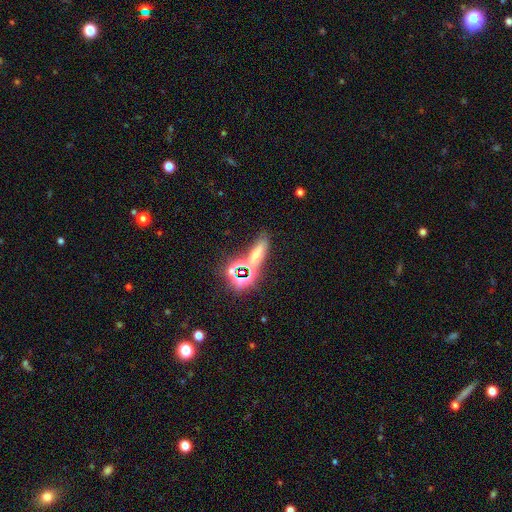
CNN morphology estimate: smooth 49%, star or artifact 36%, featured or disk 16%. Down the decision tree: merging — none (63%).